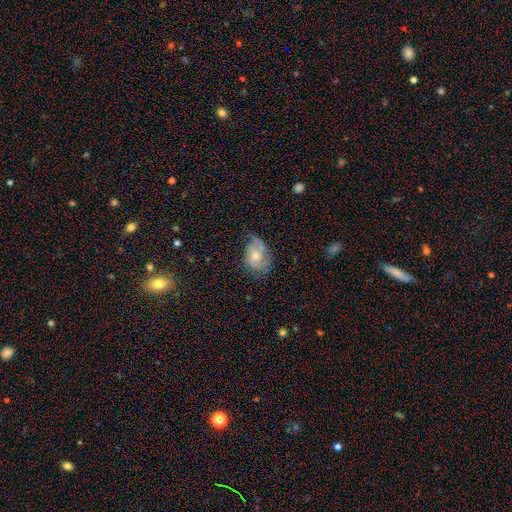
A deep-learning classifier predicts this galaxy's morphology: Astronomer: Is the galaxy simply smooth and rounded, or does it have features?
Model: featured or disk — 56% (runner-up: smooth, 37%).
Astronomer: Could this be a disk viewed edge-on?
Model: no — 96%.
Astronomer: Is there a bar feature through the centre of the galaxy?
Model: no — 75%.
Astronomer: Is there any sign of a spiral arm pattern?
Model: yes — 74%.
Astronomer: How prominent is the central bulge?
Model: moderate — 62%.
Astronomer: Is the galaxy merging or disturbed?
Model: none — 44% (runner-up: minor disturbance, 34%).